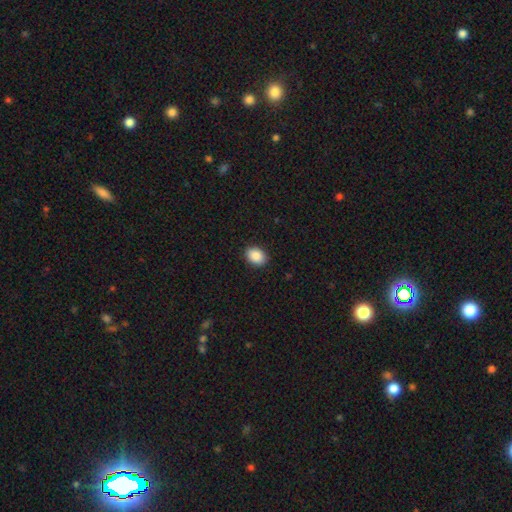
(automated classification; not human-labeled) smooth-or-featured: smooth: 89% | star or artifact: 8% | featured or disk: 4%
  how-rounded: in between: 69% | round: 30% | cigar-shaped: 1%
  merging: none: 89% | minor disturbance: 8% | major disturbance: 2% | merger: 1%